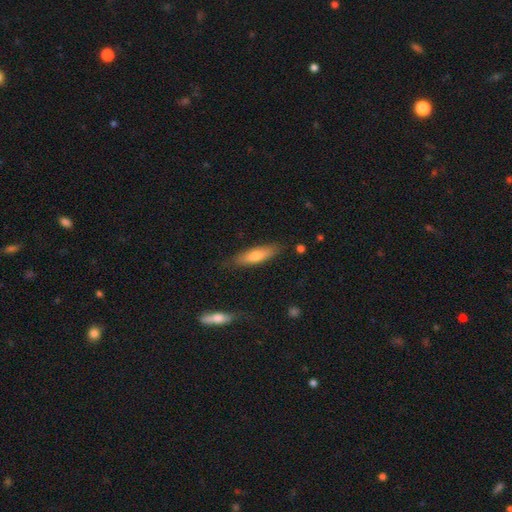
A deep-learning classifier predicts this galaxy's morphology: Smooth or featured?
  - smooth: 67% *
  - featured or disk: 27%
  - star or artifact: 6%
How rounded?
  - cigar-shaped: 65% *
  - in between: 33%
  - round: 2%
Merging?
  - none: 82% *
  - minor disturbance: 13%
  - major disturbance: 3%
  - merger: 2%